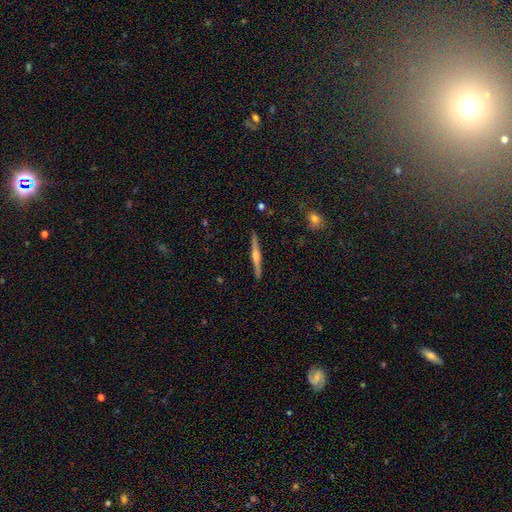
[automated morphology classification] Q: Smooth or featured?
A: featured or disk (75%); runner-up: smooth (19%)
Q: Edge-on disk?
A: yes (98%); runner-up: no (2%)
Q: Edge-on bulge?
A: rounded (79%); runner-up: boxy (14%)
Q: Merging?
A: none (92%); runner-up: minor disturbance (6%)